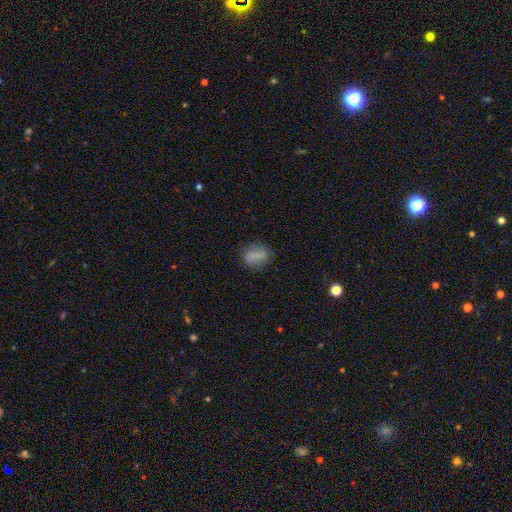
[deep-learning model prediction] This appears to be a smooth galaxy with no disk features (76%) that is in between round and cigar-shaped (67%). Merging: none (74%).